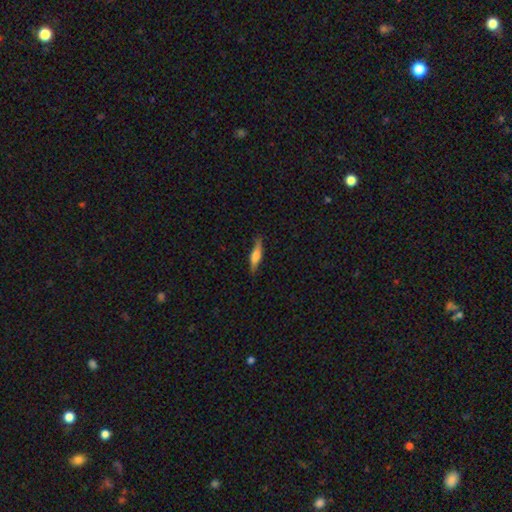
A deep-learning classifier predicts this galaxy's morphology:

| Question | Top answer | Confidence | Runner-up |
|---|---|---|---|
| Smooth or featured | smooth | 50% | featured or disk (44%) |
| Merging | none | 84% | minor disturbance (12%) |